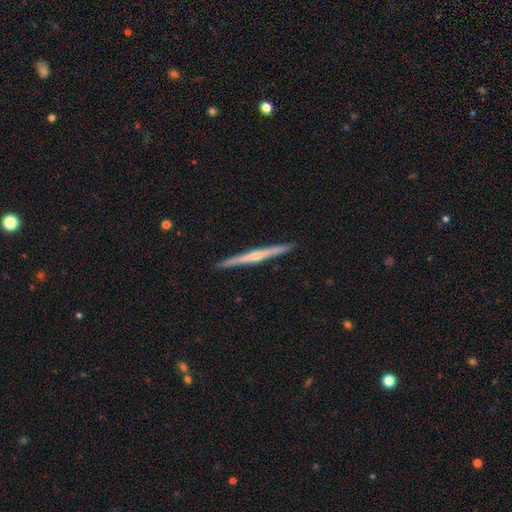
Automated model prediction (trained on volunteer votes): The model was most divided on "edge-on bulge": rounded: 74%, none: 22%, boxy: 4%. More confident: edge-on disk — yes (98%); merging — none (93%); smooth or featured — featured or disk (74%).